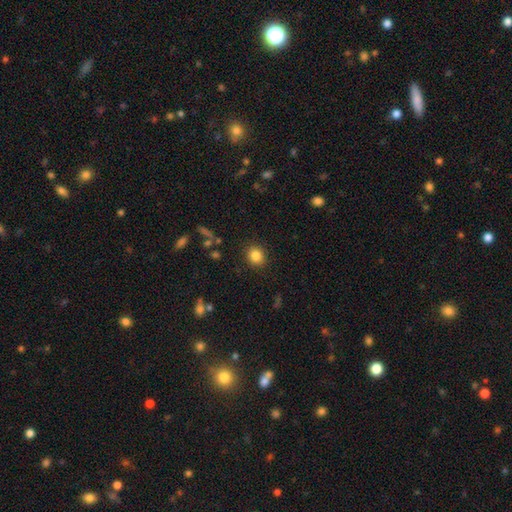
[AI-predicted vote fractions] Smooth or featured? smooth (84%)
How rounded? round (76%)
Merging? none (89%)